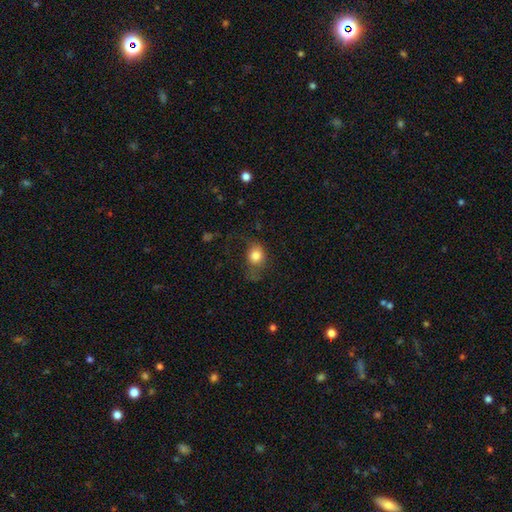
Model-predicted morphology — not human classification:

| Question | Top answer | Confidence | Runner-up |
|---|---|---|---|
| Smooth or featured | smooth | 79% | featured or disk (12%) |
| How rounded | round | 58% | in between (41%) |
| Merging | none | 45% | minor disturbance (26%) |